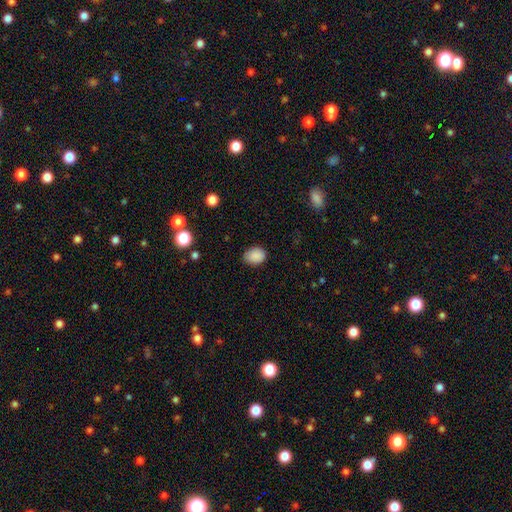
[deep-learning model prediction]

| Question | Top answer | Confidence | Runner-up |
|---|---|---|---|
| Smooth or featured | smooth | 88% | star or artifact (9%) |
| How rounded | in between | 66% | round (33%) |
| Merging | none | 77% | minor disturbance (18%) |